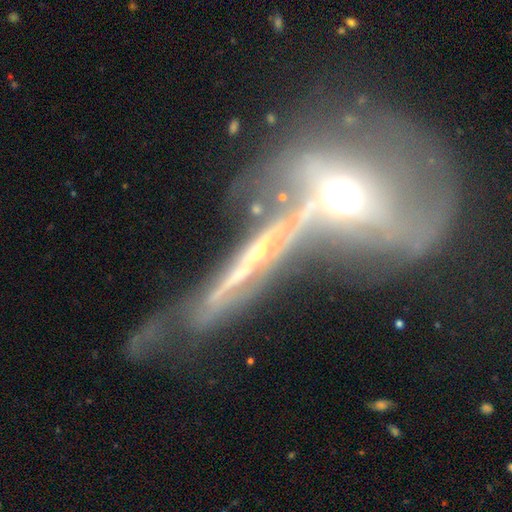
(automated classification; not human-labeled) Q: Smooth or featured?
A: featured or disk (71%); runner-up: smooth (17%)
Q: Edge-on disk?
A: yes (60%); runner-up: no (40%)
Q: Merging?
A: merger (45%); runner-up: none (24%)